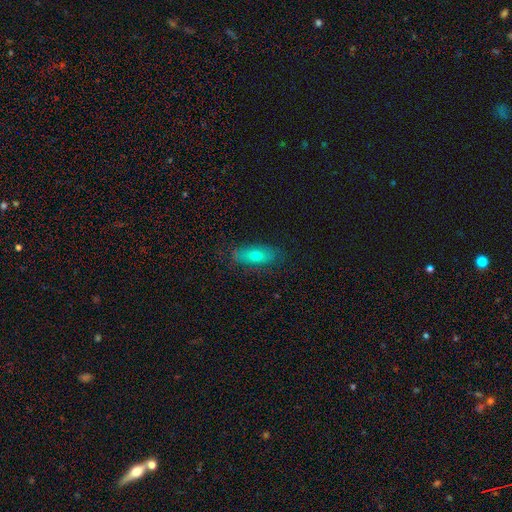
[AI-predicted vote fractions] Overall: smooth (59%; featured or disk 31%). How rounded: in between (72%). Merging: none (78%).